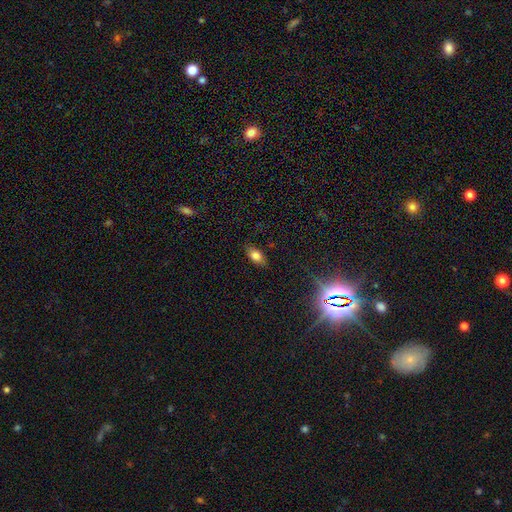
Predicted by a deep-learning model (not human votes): Overall: smooth (76%). How rounded: in between (87%). Merging: none (84%).